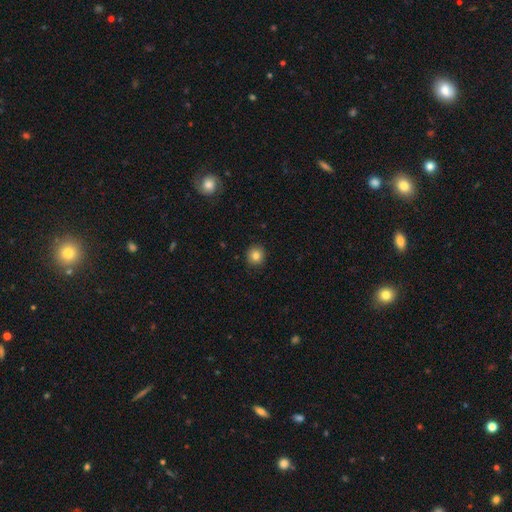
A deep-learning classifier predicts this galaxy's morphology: smooth-or-featured: smooth: 82% | star or artifact: 11% | featured or disk: 7%
  how-rounded: round: 92% | in between: 7% | cigar-shaped: 1%
  merging: none: 91% | minor disturbance: 6% | major disturbance: 2% | merger: 1%